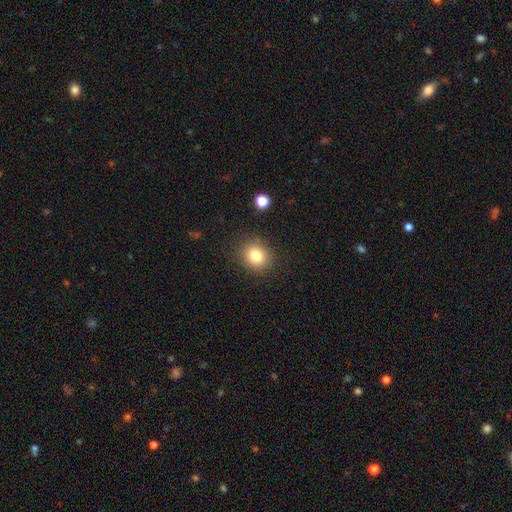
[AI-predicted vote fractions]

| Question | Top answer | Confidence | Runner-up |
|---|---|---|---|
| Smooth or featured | smooth | 81% | star or artifact (11%) |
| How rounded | round | 76% | in between (23%) |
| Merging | none | 86% | minor disturbance (9%) |